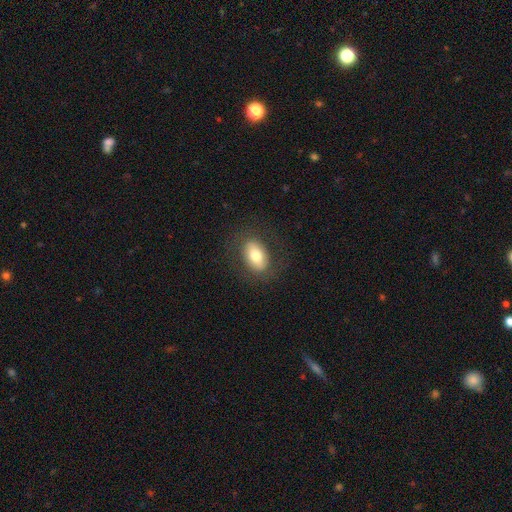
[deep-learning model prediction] smooth-or-featured: smooth: 71% | featured or disk: 21% | star or artifact: 8%
  how-rounded: in between: 86% | round: 12% | cigar-shaped: 2%
  merging: none: 82% | minor disturbance: 11% | major disturbance: 6% | merger: 1%